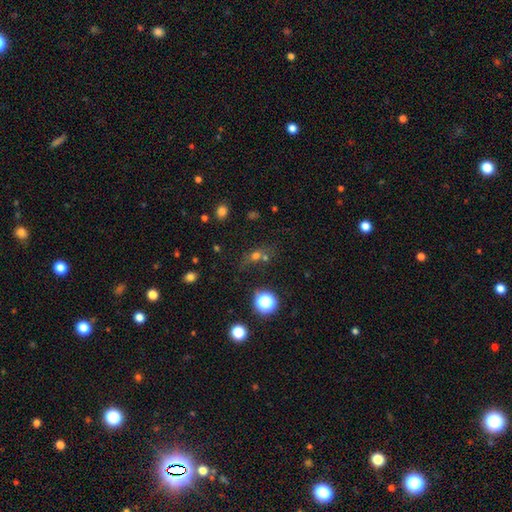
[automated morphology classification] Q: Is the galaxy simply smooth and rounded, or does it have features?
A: smooth — 60%.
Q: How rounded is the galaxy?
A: round — 60%.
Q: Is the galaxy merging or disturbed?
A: none — 50%.